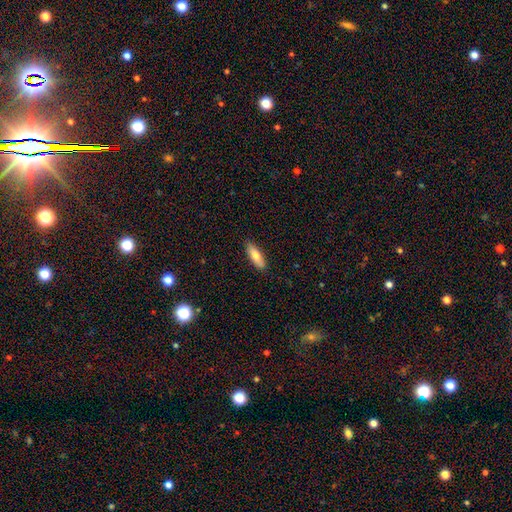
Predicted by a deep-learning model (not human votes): Q: Smooth or featured?
A: smooth (73%); runner-up: featured or disk (21%)
Q: How rounded?
A: in between (56%); runner-up: cigar-shaped (41%)
Q: Merging?
A: none (88%); runner-up: minor disturbance (9%)